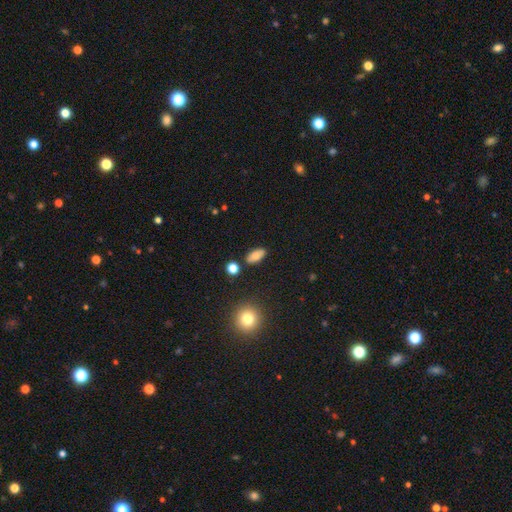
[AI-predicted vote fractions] This appears to be a smooth galaxy with no disk features (78%) that is in between round and cigar-shaped (85%). Merging: none (85%).